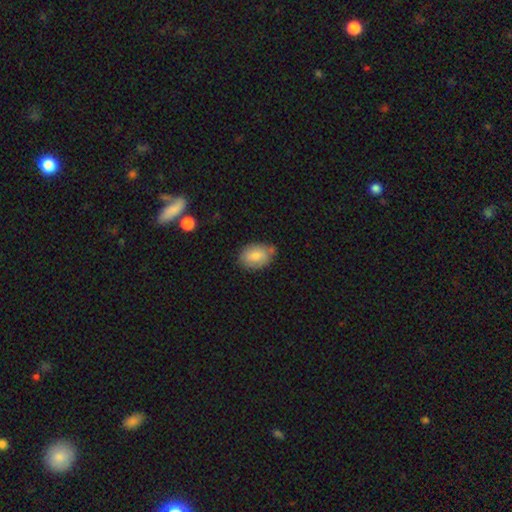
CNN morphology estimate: A smooth galaxy with no disk features (77%) that is in between round and cigar-shaped (79%). Merging: none (67%).